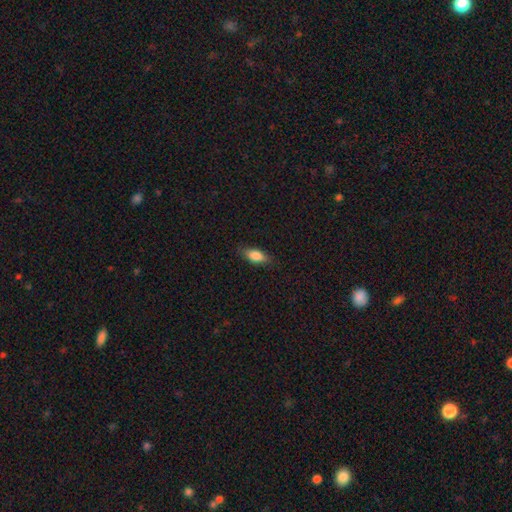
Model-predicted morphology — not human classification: This is clearly a smooth galaxy (83%). How rounded: clearly in between (81%). Merging: clearly none (82%).